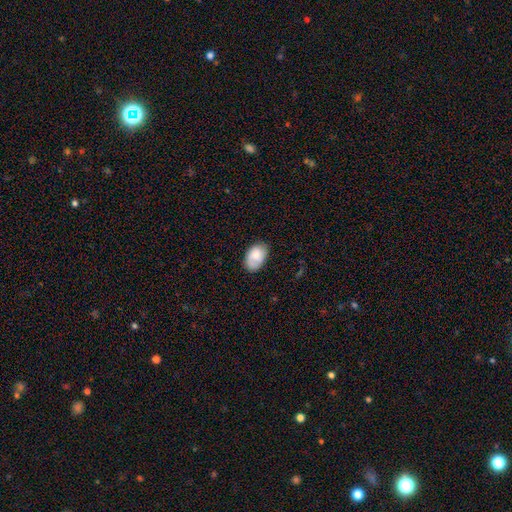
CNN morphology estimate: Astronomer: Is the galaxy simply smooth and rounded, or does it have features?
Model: smooth — 81%.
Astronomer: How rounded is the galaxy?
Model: in between — 90%.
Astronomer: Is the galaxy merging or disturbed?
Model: none — 72%.